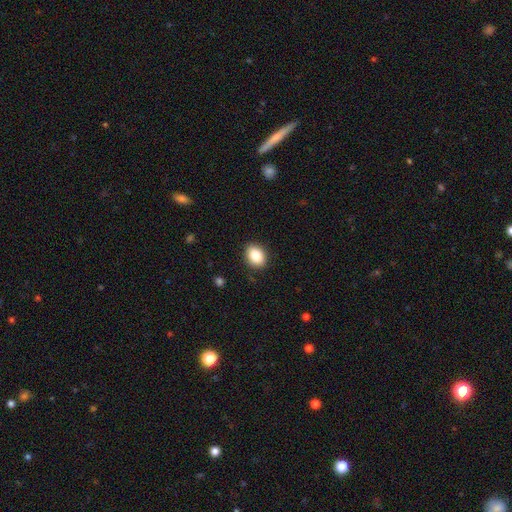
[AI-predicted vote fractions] Smooth or featured? Predicted: smooth (p=0.86). How rounded? Predicted: in between (p=0.69). Merging? Predicted: none (p=0.88).